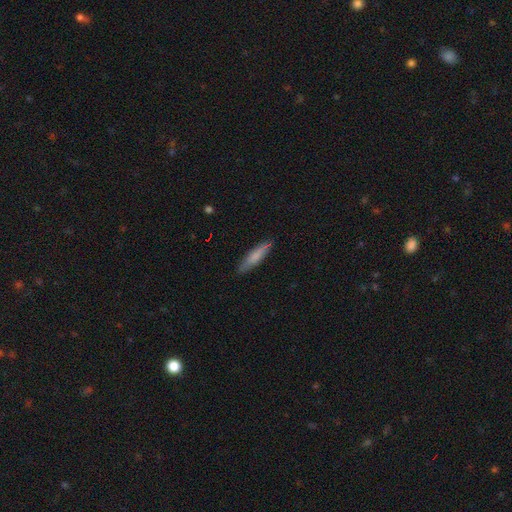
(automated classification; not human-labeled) This is likely a smooth galaxy (74%). How rounded: clearly cigar-shaped (82%). Merging: clearly none (86%).